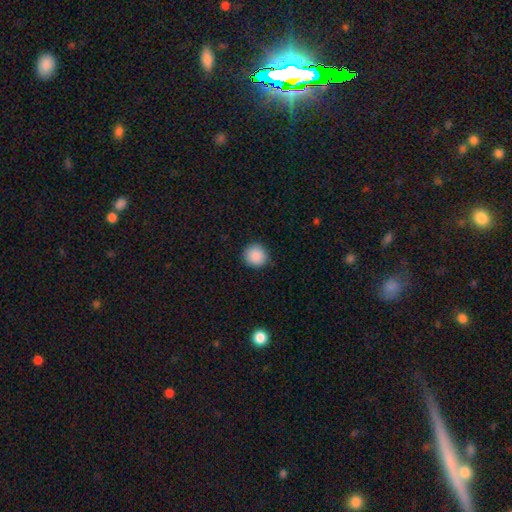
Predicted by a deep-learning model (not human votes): This is clearly a smooth galaxy (89%). How rounded: clearly round (93%). Merging: clearly none (88%).